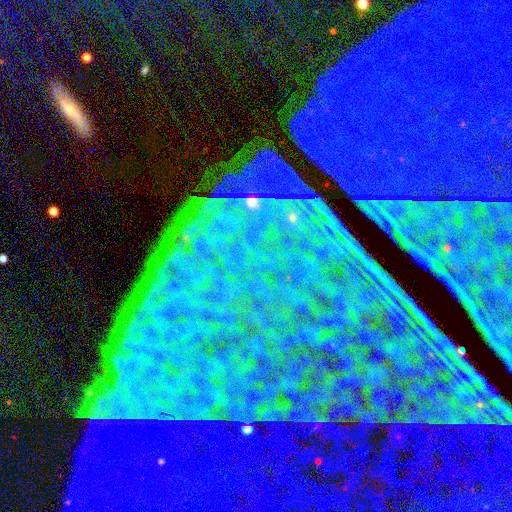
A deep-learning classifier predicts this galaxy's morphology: A star or artifact, not a galaxy (85%).